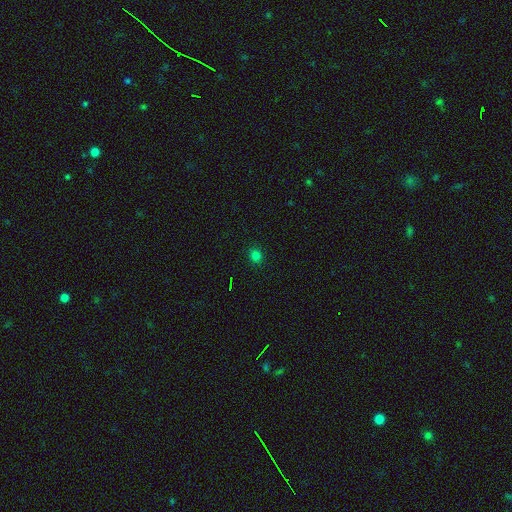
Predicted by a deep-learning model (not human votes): Morphology: type=smooth (78%); roundness=round (84%); merging=none (91%).